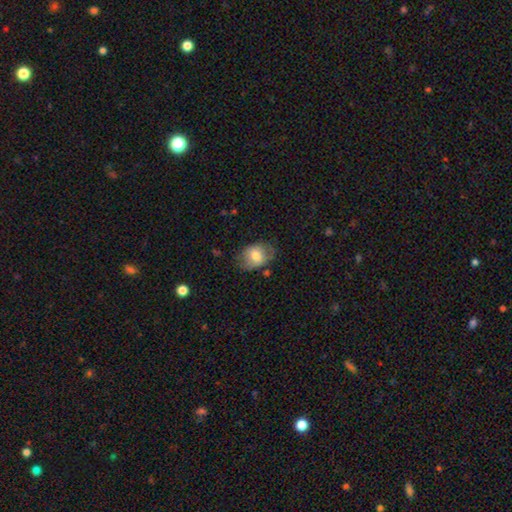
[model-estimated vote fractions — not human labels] Smooth or featured: smooth — 67% (featured or disk — 25%)
How rounded: in between — 68% (round — 31%)
Merging: none — 60% (minor disturbance — 27%)